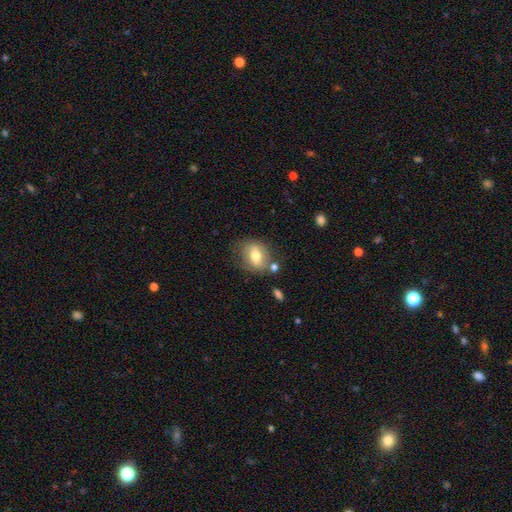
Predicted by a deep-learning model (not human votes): This is likely a smooth galaxy (60%). How rounded: likely in between (61%). Merging: likely none (61%).